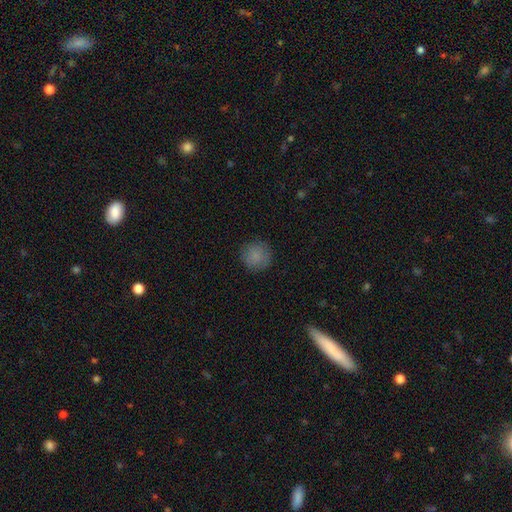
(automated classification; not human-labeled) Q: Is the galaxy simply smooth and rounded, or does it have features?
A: smooth — 85%.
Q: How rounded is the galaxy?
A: round — 94%.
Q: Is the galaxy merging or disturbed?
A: none — 86%.